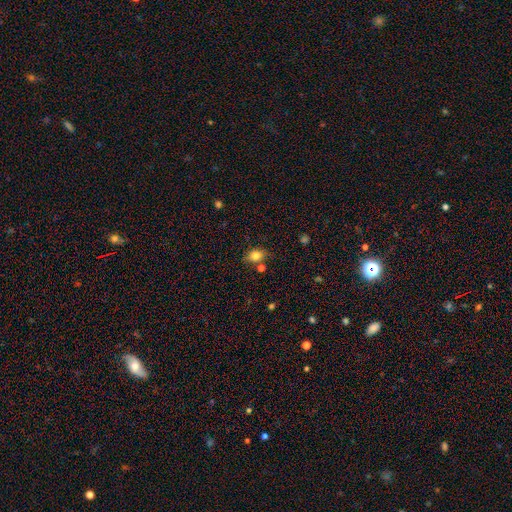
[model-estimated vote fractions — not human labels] Overall: smooth (80%). How rounded: in between (63%; round 35%). Merging: none (71%).